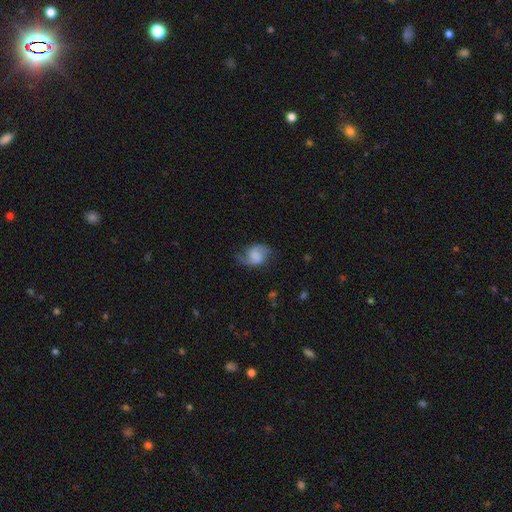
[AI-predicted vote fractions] smooth_or_featured: featured or disk (p=0.50) [alt: smooth p=0.41]
merging: none (p=0.59) [alt: minor disturbance p=0.26]